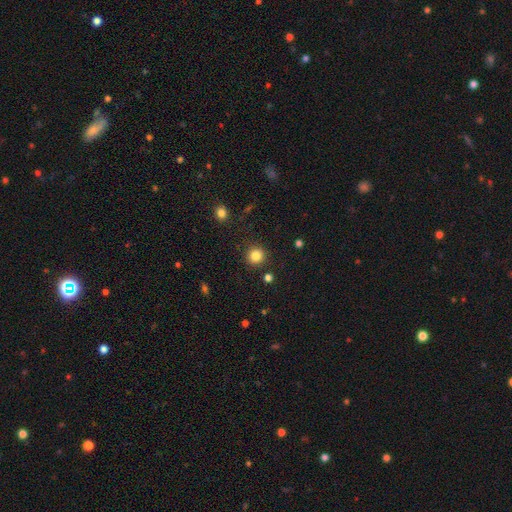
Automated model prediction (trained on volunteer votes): This is clearly a smooth galaxy (84%). How rounded: clearly round (94%). Merging: clearly none (90%).